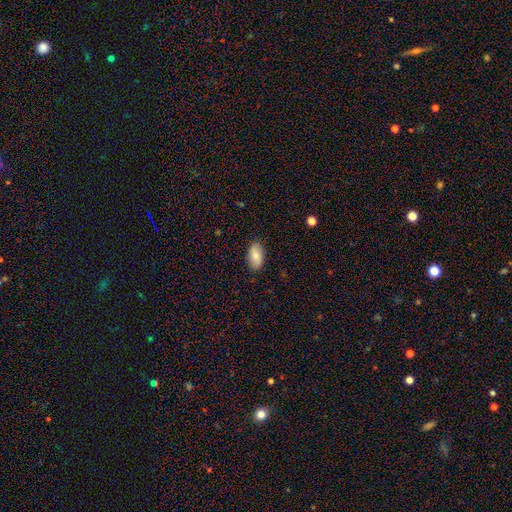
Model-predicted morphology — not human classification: smooth_or_featured: smooth (p=0.80) [alt: featured or disk p=0.14]
how_rounded: in between (p=0.94) [alt: round p=0.03]
merging: none (p=0.87) [alt: minor disturbance p=0.10]